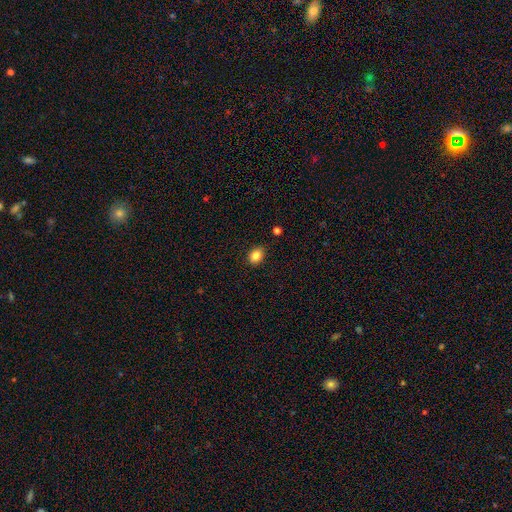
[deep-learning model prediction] smooth 86%, star or artifact 10%, featured or disk 5%. Down the decision tree: how rounded — in between (58%); merging — none (88%).